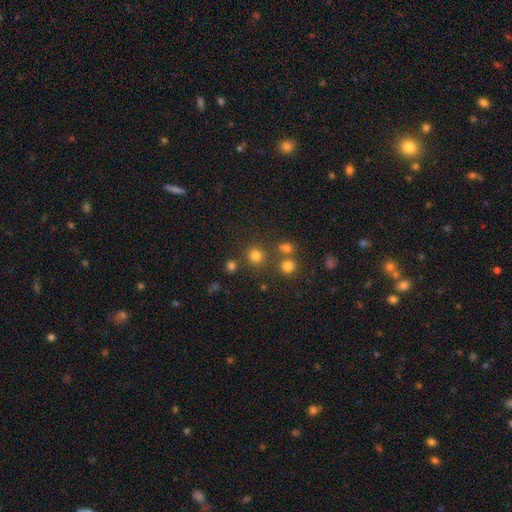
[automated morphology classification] smooth-or-featured: smooth: 77% | star or artifact: 17% | featured or disk: 6%
  how-rounded: round: 92% | in between: 7% | cigar-shaped: 1%
  merging: none: 78% | merger: 11% | minor disturbance: 8% | major disturbance: 4%